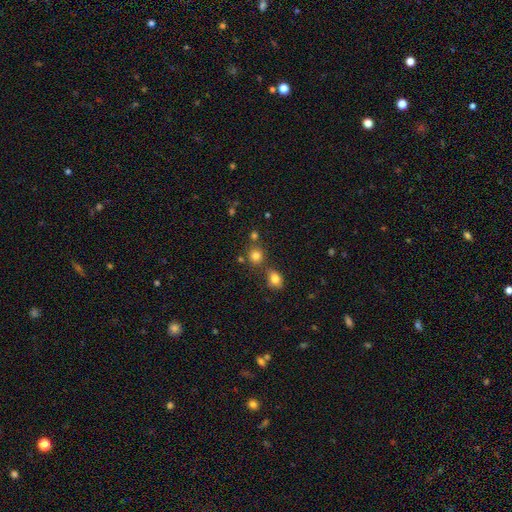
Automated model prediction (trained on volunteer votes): Morphology: type=smooth (80%); roundness=round (85%); merging=none (70%).